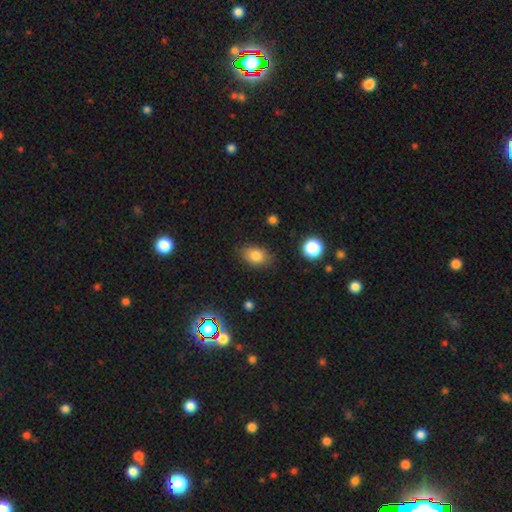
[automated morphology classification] The model was most divided on "how rounded": in between: 79%, round: 20%, cigar-shaped: 1%. More confident: merging — none (83%); smooth or featured — smooth (80%).